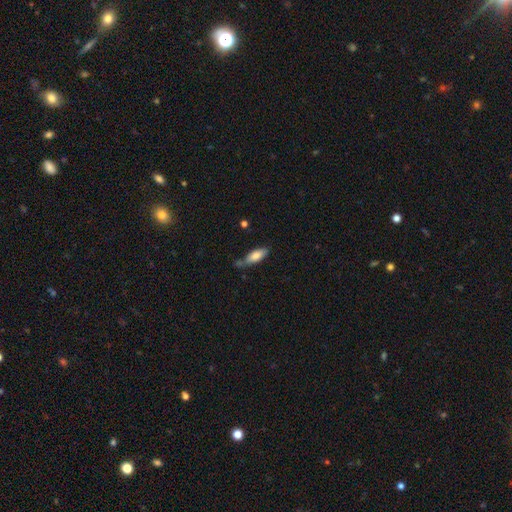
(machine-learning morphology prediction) Overall: smooth (77%). How rounded: in between (69%; cigar-shaped 29%). Merging: none (58%; minor disturbance 25%).